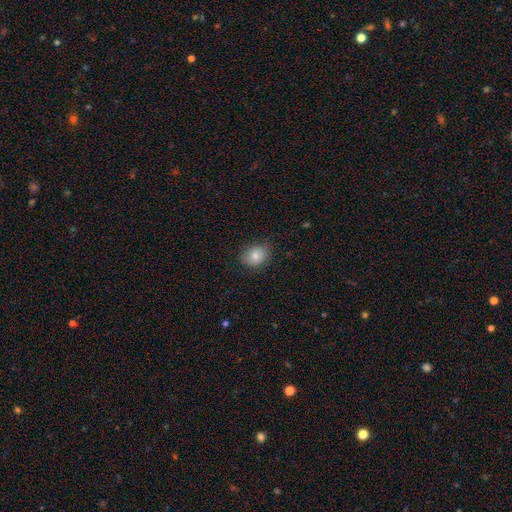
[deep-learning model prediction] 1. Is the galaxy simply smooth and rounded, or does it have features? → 84% smooth, 8% featured or disk, 8% star or artifact.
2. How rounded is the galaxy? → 52% in between, 47% round, 1% cigar-shaped.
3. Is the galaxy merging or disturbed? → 78% none, 17% minor disturbance, 4% major disturbance, 1% merger.